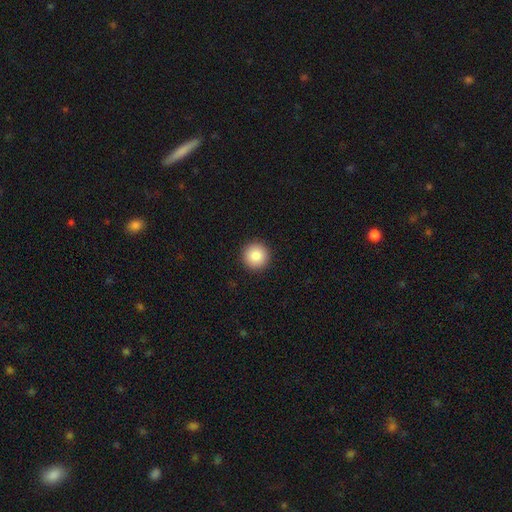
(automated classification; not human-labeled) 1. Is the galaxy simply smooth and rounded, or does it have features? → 87% smooth, 9% star or artifact, 4% featured or disk.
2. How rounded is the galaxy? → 96% round, 3% in between, 1% cigar-shaped.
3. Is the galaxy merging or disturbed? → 93% none, 4% minor disturbance, 2% major disturbance, 1% merger.